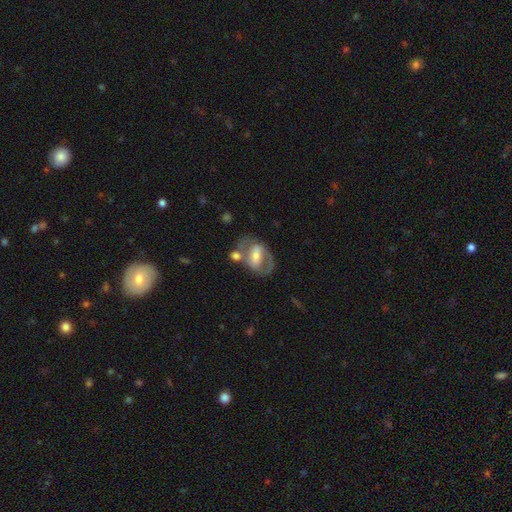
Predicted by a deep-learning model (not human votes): This appears to be a featured or disk galaxy (65%) with a strong bar (41%), spiral arms (58%) and a moderate central bulge (51%). Merging: none (46%).